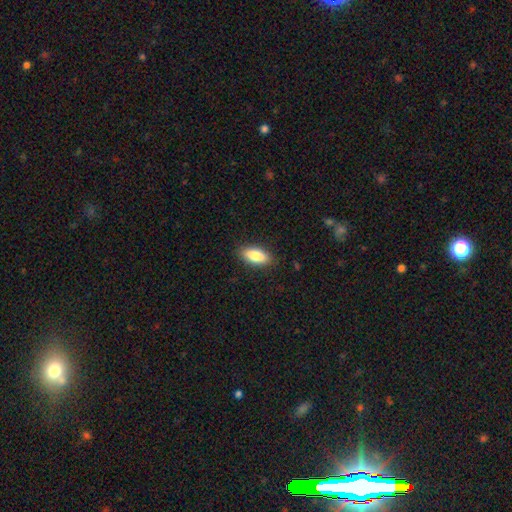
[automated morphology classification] Smooth or featured? smooth (85%)
How rounded? in between (84%)
Merging? none (87%)